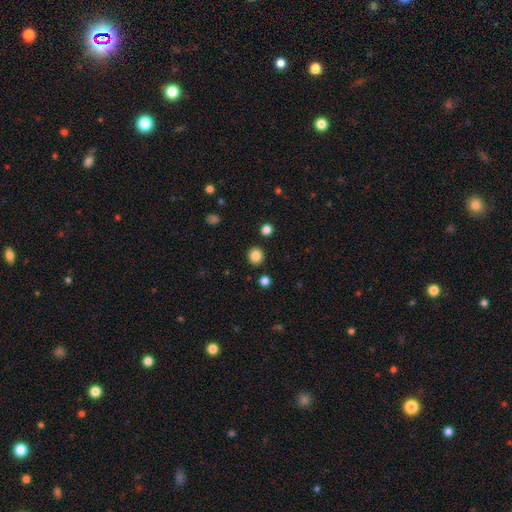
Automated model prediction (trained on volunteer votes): smooth 85%, star or artifact 11%, featured or disk 4%. Down the decision tree: how rounded — round (89%); merging — none (90%).